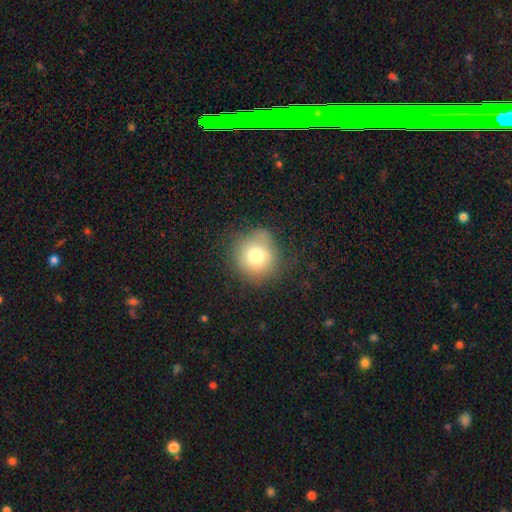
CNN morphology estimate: Smooth or featured?
  - smooth: 74% *
  - featured or disk: 15%
  - star or artifact: 12%
How rounded?
  - round: 91% *
  - in between: 8%
  - cigar-shaped: 1%
Merging?
  - none: 71% *
  - minor disturbance: 19%
  - major disturbance: 8%
  - merger: 2%